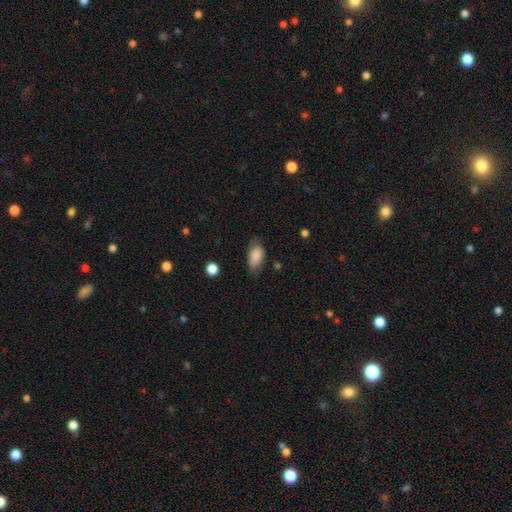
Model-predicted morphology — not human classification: smooth-or-featured: smooth: 85% | featured or disk: 9% | star or artifact: 7%
  how-rounded: in between: 92% | cigar-shaped: 4% | round: 4%
  merging: none: 70% | minor disturbance: 23% | major disturbance: 5% | merger: 1%